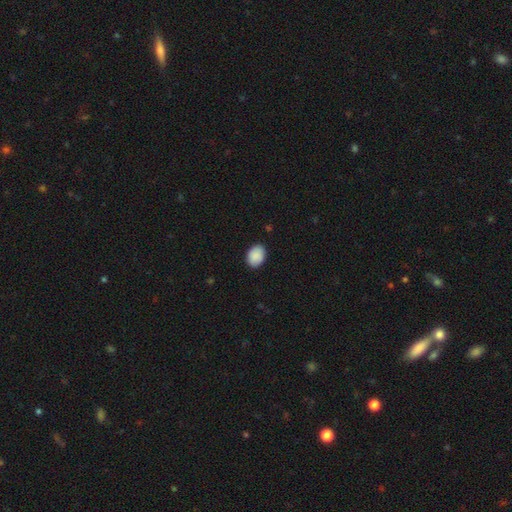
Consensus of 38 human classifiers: Smooth or featured: smooth — 89% (featured or disk — 8%)
How rounded: in between — 74% (round — 26%)
Merging: none — 70% (minor disturbance — 27%)